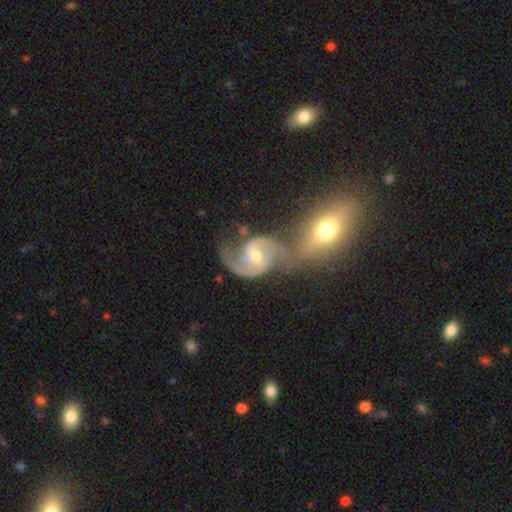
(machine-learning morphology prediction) smooth-or-featured: featured or disk: 89% | smooth: 6% | star or artifact: 5%
  disk-edge-on: no: 98% | yes: 2%
    bar: weak: 46% | no: 35% | strong: 19%
    has-spiral-arms: yes: 97% | no: 3%
      spiral-winding: medium: 54% | loose: 31% | tight: 15%
      spiral-arm-count: 2: 91% | can't tell: 3% | 1: 2% | 3: 2% | 4: 1% | more than 4: 1%
    bulge-size: moderate: 54% | small: 41% | large: 3% | none: 1% | dominant: 1%
  merging: merger: 51% | none: 30% | minor disturbance: 11% | major disturbance: 8%